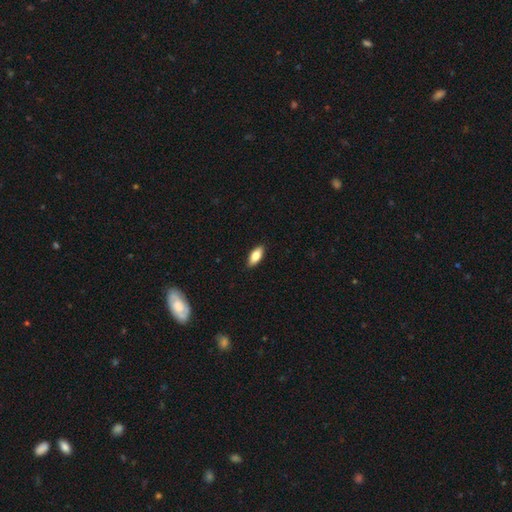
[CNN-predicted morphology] Smooth or featured? Predicted: smooth (p=0.79). How rounded? Predicted: in between (p=0.83). Merging? Predicted: none (p=0.89).